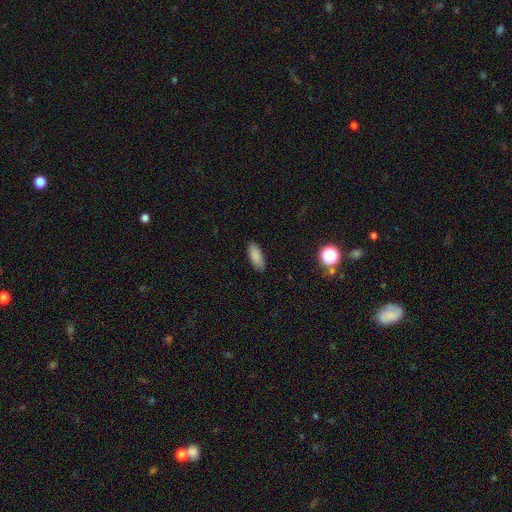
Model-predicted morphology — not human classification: Overall: smooth (87%). How rounded: in between (79%). Merging: none (88%).